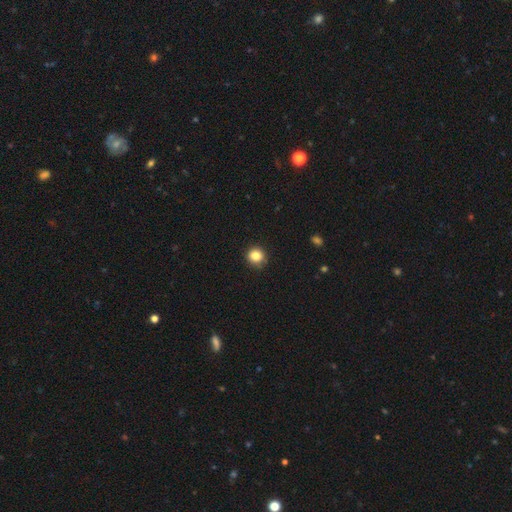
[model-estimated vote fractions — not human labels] This is clearly a smooth galaxy (85%). How rounded: clearly round (91%). Merging: clearly none (88%).